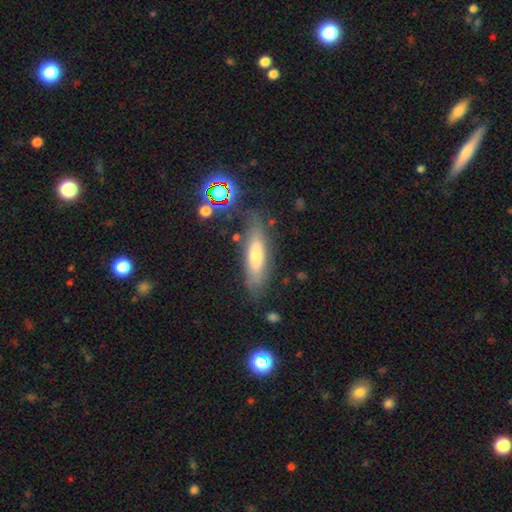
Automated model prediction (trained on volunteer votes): This is possibly a smooth galaxy (48%). Merging: likely none (76%).